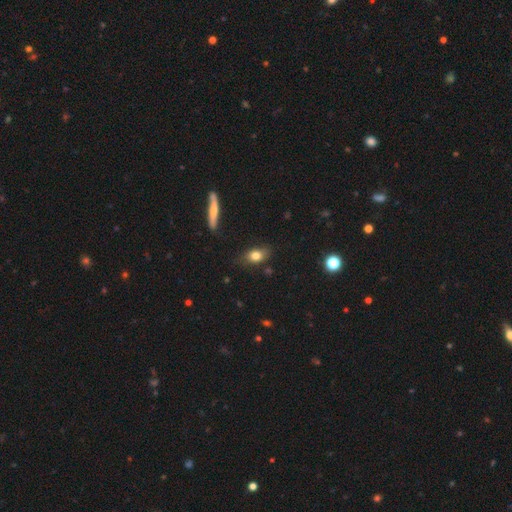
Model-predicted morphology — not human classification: Smooth or featured?
  - smooth: 77% *
  - featured or disk: 14%
  - star or artifact: 9%
How rounded?
  - in between: 77% *
  - round: 16%
  - cigar-shaped: 7%
Merging?
  - none: 76% *
  - minor disturbance: 18%
  - major disturbance: 4%
  - merger: 2%